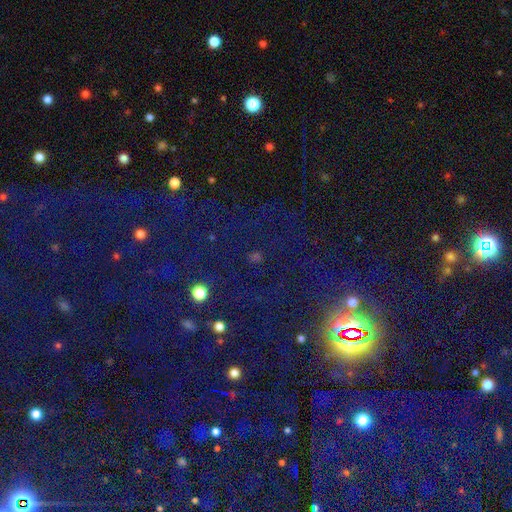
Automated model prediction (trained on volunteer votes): A star or artifact, not a galaxy (80%).

Vote fractions:
- Smooth or featured? star or artifact: 80% / smooth: 13% / featured or disk: 7%